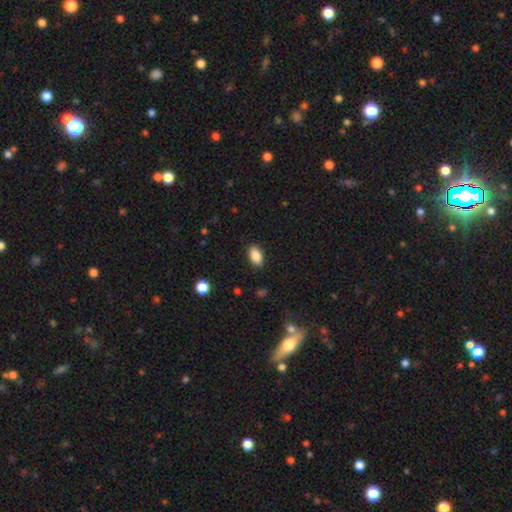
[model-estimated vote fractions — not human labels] Smooth or featured: smooth — 88% (star or artifact — 8%)
How rounded: in between — 92% (round — 4%)
Merging: none — 88% (minor disturbance — 9%)